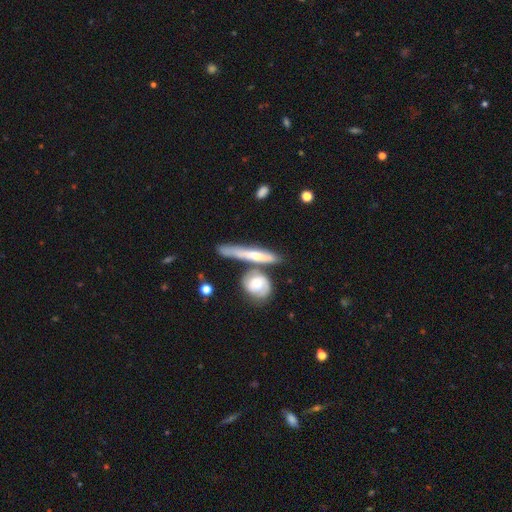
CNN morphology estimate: A featured or disk galaxy (53%) viewed edge-on (81%).

Vote fractions:
- Smooth or featured? featured or disk: 53% / smooth: 39% / star or artifact: 8%
- Edge-on disk? yes: 81% / no: 19%
- Merging? none: 62% / merger: 22% / minor disturbance: 13% / major disturbance: 4%